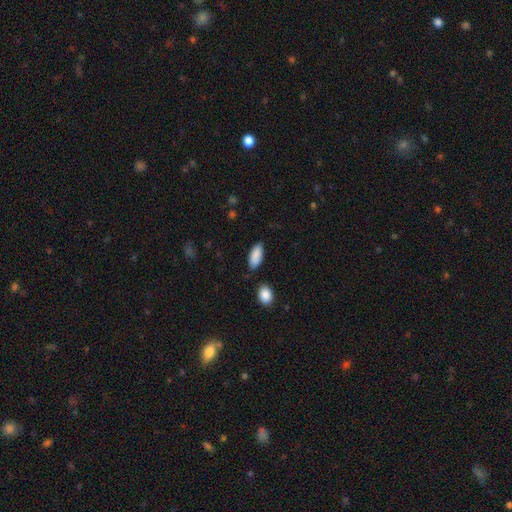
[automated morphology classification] Smooth or featured: smooth — 88% (star or artifact — 6%)
How rounded: in between — 88% (cigar-shaped — 10%)
Merging: none — 76% (minor disturbance — 16%)